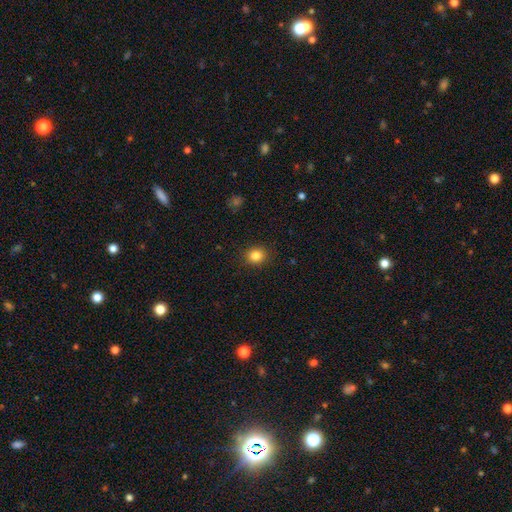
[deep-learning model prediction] A smooth galaxy with no disk features (84%) that is round (77%).

Vote fractions:
- Smooth or featured? smooth: 84% / star or artifact: 11% / featured or disk: 5%
- How rounded? round: 77% / in between: 22% / cigar-shaped: 1%
- Merging? none: 90% / minor disturbance: 7% / major disturbance: 2% / merger: 1%